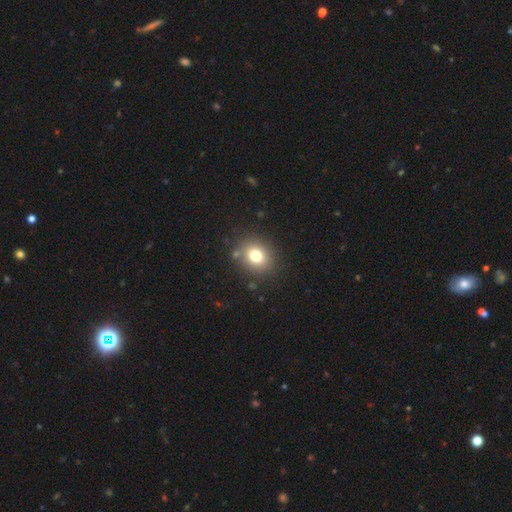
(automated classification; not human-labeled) This appears to be a smooth galaxy with no disk features (76%) that is round (71%). Merging: none (84%).